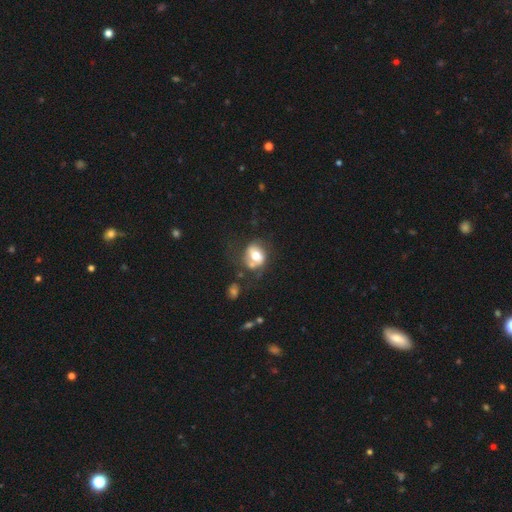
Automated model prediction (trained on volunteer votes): Overall: smooth (52%; featured or disk 39%). How rounded: round (50%; in between 49%). Merging: none (45%; minor disturbance 23%).